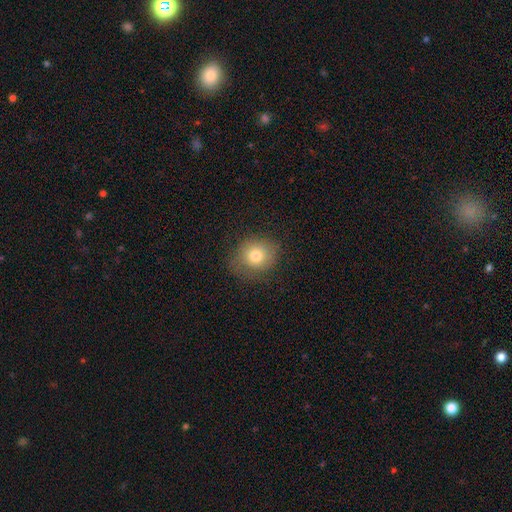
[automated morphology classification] Smooth or featured: smooth — 75% (featured or disk — 13%)
How rounded: round — 79% (in between — 20%)
Merging: none — 76% (minor disturbance — 17%)